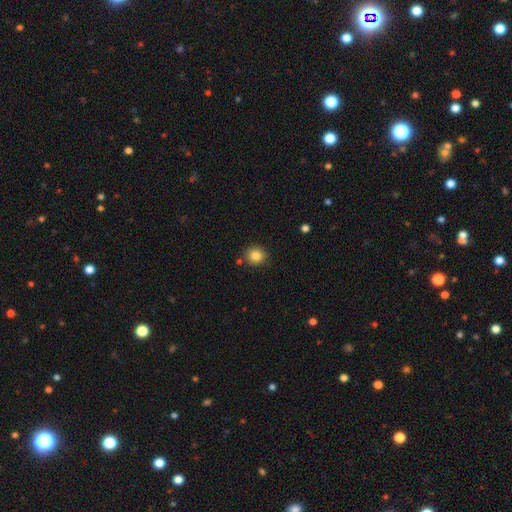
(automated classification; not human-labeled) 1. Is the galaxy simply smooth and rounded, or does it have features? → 84% smooth, 10% star or artifact, 5% featured or disk.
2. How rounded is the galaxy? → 88% round, 12% in between, 1% cigar-shaped.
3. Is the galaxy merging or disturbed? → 85% none, 9% minor disturbance, 4% merger, 2% major disturbance.